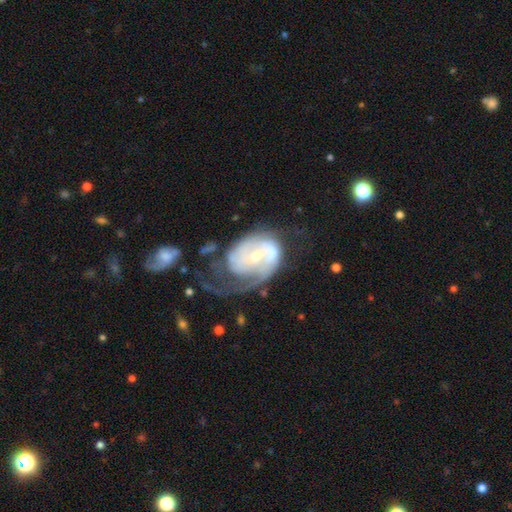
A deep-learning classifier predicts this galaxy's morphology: type=featured or disk (82%); edge-on=no (97%); bar=no (44%); spiral arms=yes (90%); winding=tight (47%); arm count=2 (43%); bulge=small (48%); merging=major disturbance (40%).